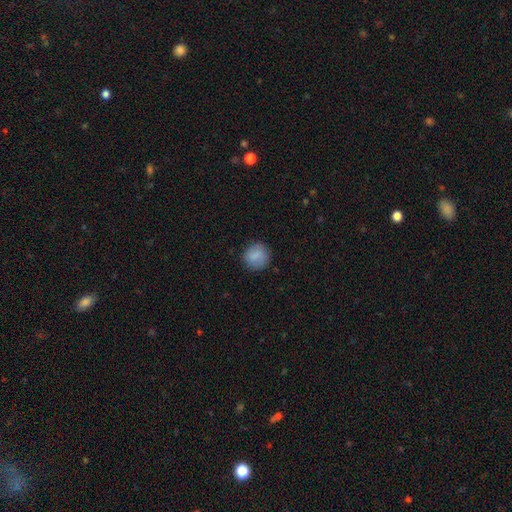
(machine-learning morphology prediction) smooth_or_featured: smooth (p=0.85) [alt: star or artifact p=0.08]
how_rounded: round (p=0.88) [alt: in between p=0.11]
merging: none (p=0.85) [alt: minor disturbance p=0.11]